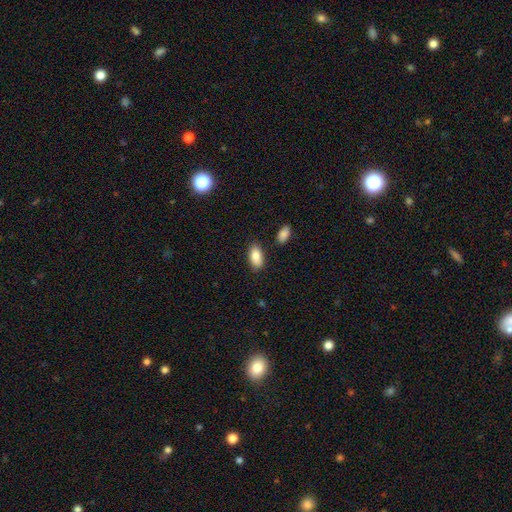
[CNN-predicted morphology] Overall: smooth (85%). How rounded: in between (91%). Merging: none (83%).